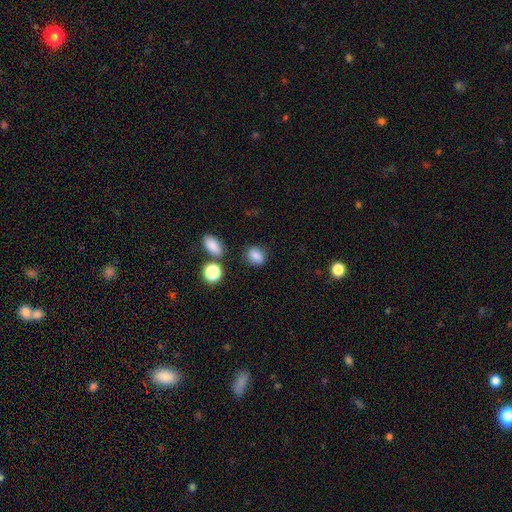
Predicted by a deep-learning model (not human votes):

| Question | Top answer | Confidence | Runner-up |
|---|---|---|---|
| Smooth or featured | smooth | 83% | star or artifact (11%) |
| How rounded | in between | 58% | round (40%) |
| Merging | none | 78% | minor disturbance (14%) |